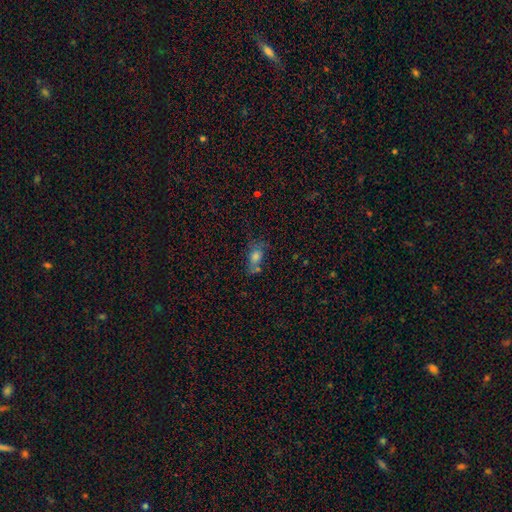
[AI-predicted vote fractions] smooth_or_featured: smooth (p=0.63) [alt: featured or disk p=0.20]
how_rounded: in between (p=0.71) [alt: round p=0.23]
merging: none (p=0.46) [alt: minor disturbance p=0.23]